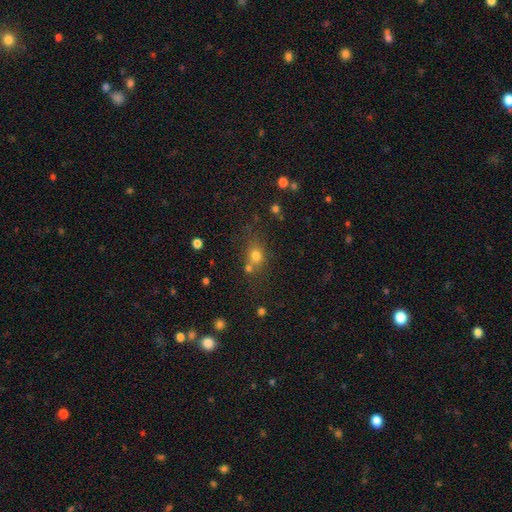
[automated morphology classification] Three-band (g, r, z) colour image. It shows a smooth galaxy with no disk features (73%) that is round (67%). Merging: none (55%).